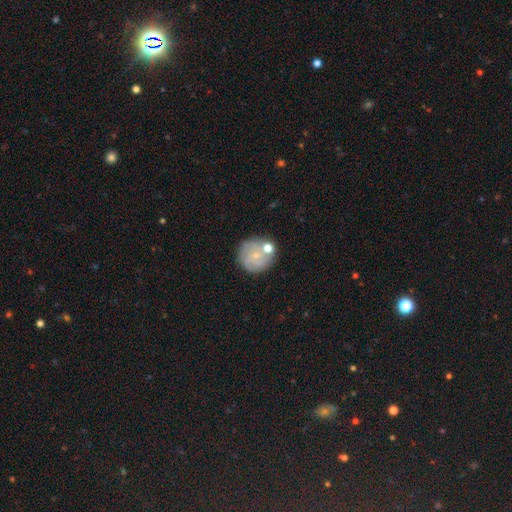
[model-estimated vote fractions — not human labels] Q: Smooth or featured?
A: featured or disk (46%); runner-up: smooth (45%)
Q: Merging?
A: none (65%); runner-up: minor disturbance (15%)